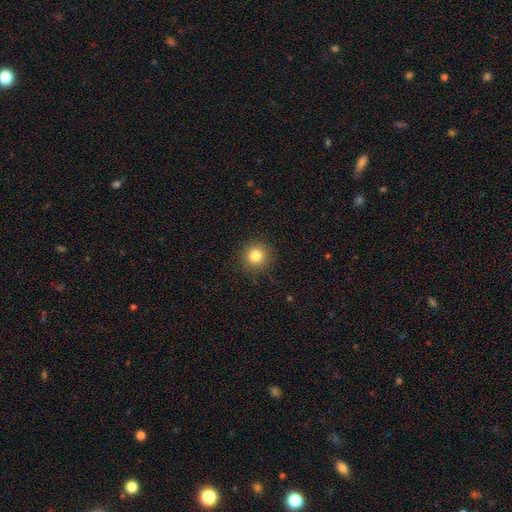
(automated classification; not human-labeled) Smooth or featured? smooth (81%)
How rounded? round (94%)
Merging? none (91%)